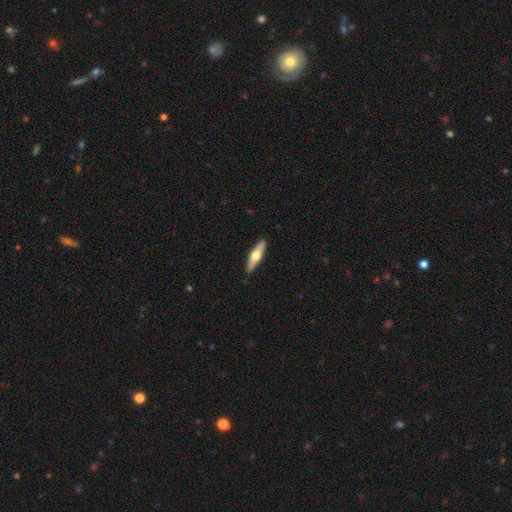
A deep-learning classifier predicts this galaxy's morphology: smooth 51%, featured or disk 44%, star or artifact 5%. Down the decision tree: how rounded — cigar-shaped (74%); merging — none (91%).